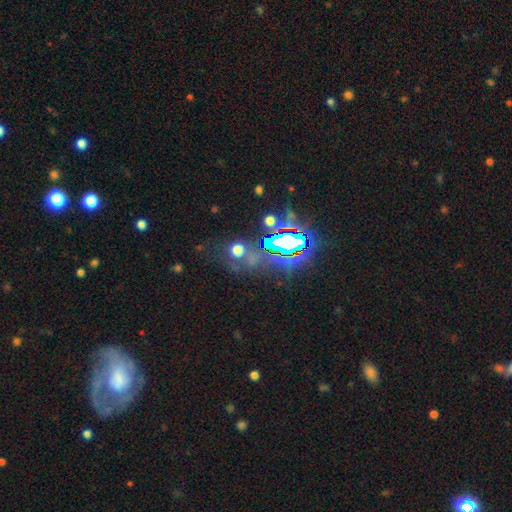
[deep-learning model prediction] smooth_or_featured: star or artifact (p=0.72) [alt: smooth p=0.16]